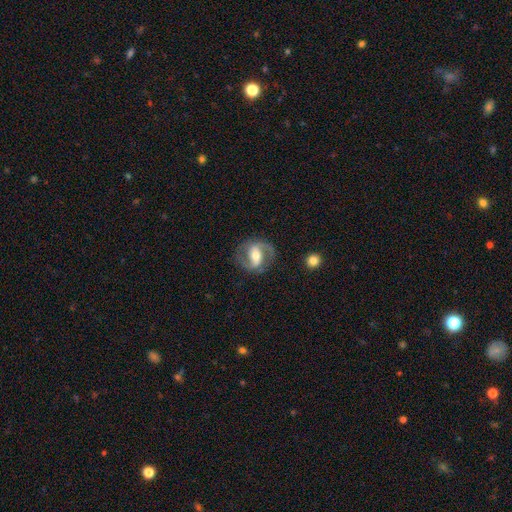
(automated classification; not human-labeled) A featured or disk galaxy (82%) with a strong bar (47%), 2 (90%) medium (53%) spiral arms (92%) and a moderate central bulge (65%).

Vote fractions:
- Smooth or featured? featured or disk: 82% / smooth: 13% / star or artifact: 5%
- Edge-on disk? no: 97% / yes: 3%
- Bar? strong: 47% / weak: 35% / no: 17%
- Spiral arms? yes: 92% / no: 8%
- Spiral winding? medium: 53% / loose: 24% / tight: 23%
- Spiral arm count? 2: 90% / can't tell: 4% / 1: 3% / 3: 1% / 4: 1% / more than 4: 1%
- Bulge size? moderate: 65% / small: 24% / large: 9% / none: 1% / dominant: 1%
- Merging? none: 79% / minor disturbance: 13% / major disturbance: 7% / merger: 1%